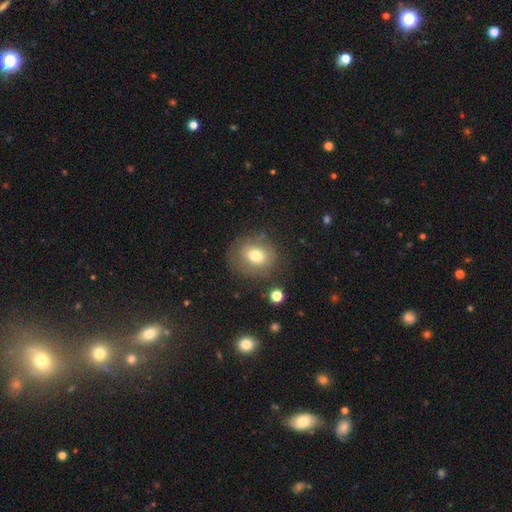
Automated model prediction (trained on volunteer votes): smooth 73%, featured or disk 16%, star or artifact 11%. Down the decision tree: how rounded — round (72%); merging — none (75%).